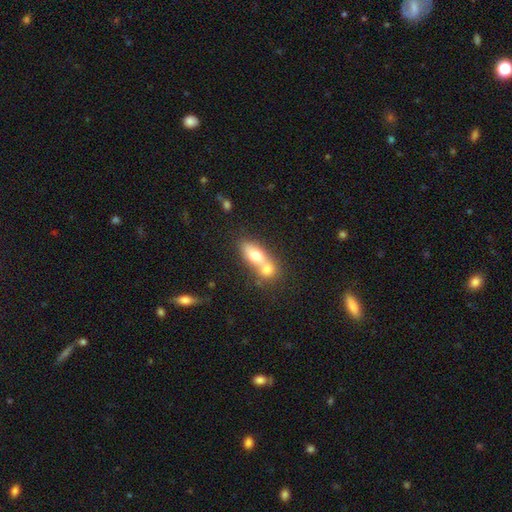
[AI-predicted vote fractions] Smooth or featured?
  - smooth: 69% *
  - featured or disk: 23%
  - star or artifact: 8%
How rounded?
  - in between: 69% *
  - cigar-shaped: 16%
  - round: 15%
Merging?
  - merger: 69% *
  - none: 22%
  - minor disturbance: 6%
  - major disturbance: 3%